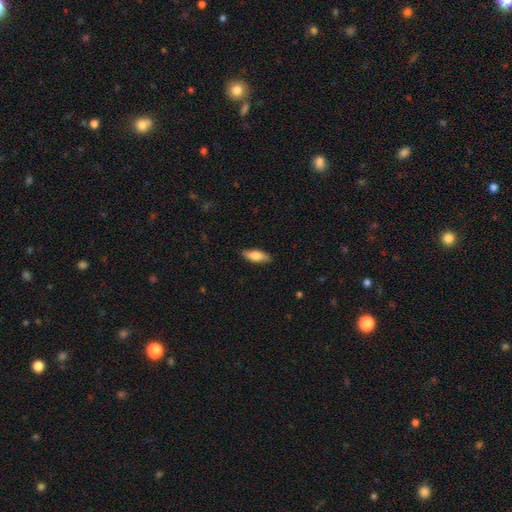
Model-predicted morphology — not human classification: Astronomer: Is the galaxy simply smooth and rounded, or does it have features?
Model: smooth — 79%.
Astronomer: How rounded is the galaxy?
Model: in between — 67%.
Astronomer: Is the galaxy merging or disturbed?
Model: none — 87%.